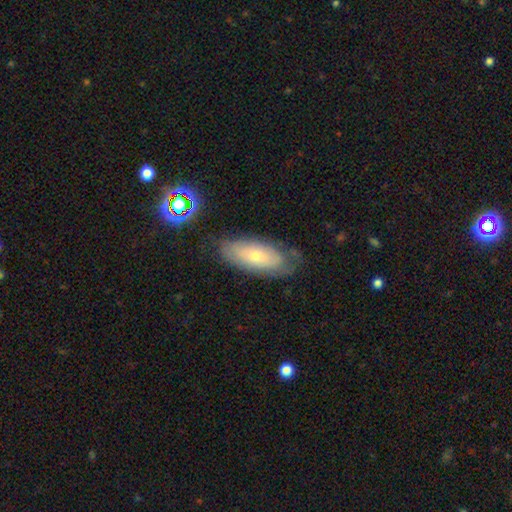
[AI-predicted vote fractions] A smooth galaxy with no disk features (53%) that is in between round and cigar-shaped (81%).

Vote fractions:
- Smooth or featured? smooth: 53% / featured or disk: 39% / star or artifact: 9%
- How rounded? in between: 81% / cigar-shaped: 16% / round: 3%
- Merging? none: 69% / minor disturbance: 22% / major disturbance: 7% / merger: 2%